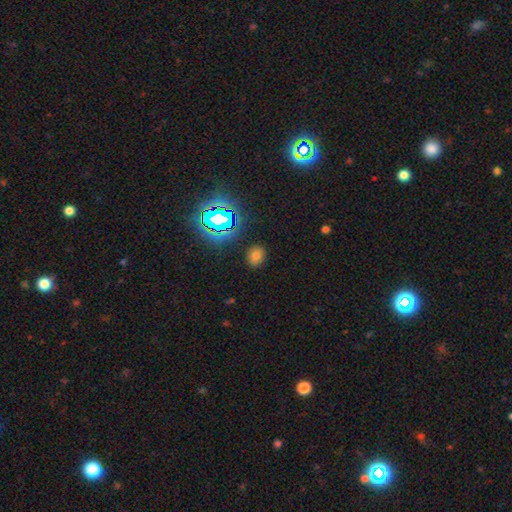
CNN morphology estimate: Q: Smooth or featured?
A: smooth (60%); runner-up: star or artifact (32%)
Q: How rounded?
A: in between (50%); runner-up: round (49%)
Q: Merging?
A: none (84%); runner-up: minor disturbance (10%)